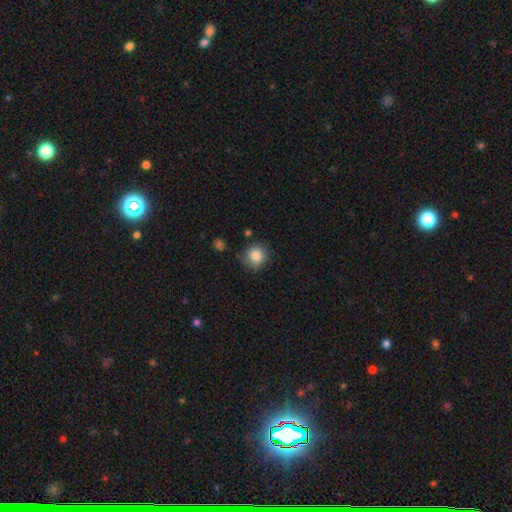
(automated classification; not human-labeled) Overall: smooth (84%). How rounded: round (88%). Merging: none (71%).